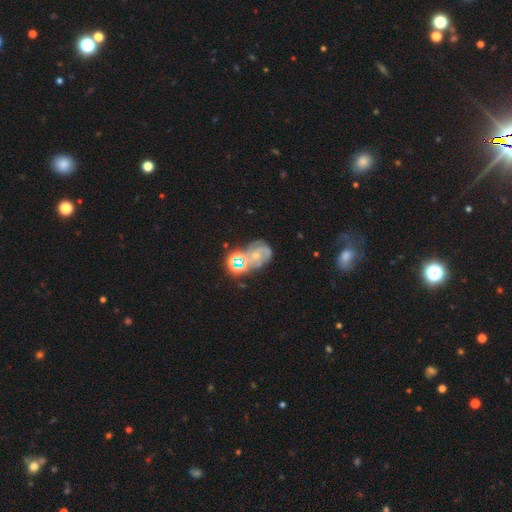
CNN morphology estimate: Smooth or featured?
  - featured or disk: 55% *
  - star or artifact: 25%
  - smooth: 20%
Edge-on disk?
  - no: 97% *
  - yes: 3%
Bar?
  - no: 73% *
  - weak: 21%
  - strong: 6%
Spiral arms?
  - yes: 79% *
  - no: 21%
Bulge size?
  - small: 62% *
  - moderate: 29%
  - none: 4%
  - large: 2%
  - dominant: 2%
Merging?
  - none: 46% *
  - minor disturbance: 20%
  - merger: 19%
  - major disturbance: 15%